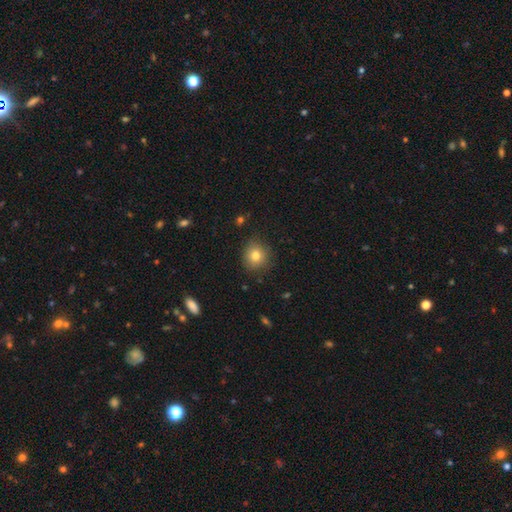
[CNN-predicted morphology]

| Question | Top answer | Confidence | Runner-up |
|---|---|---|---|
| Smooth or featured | smooth | 79% | star or artifact (11%) |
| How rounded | round | 87% | in between (12%) |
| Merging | none | 85% | minor disturbance (11%) |